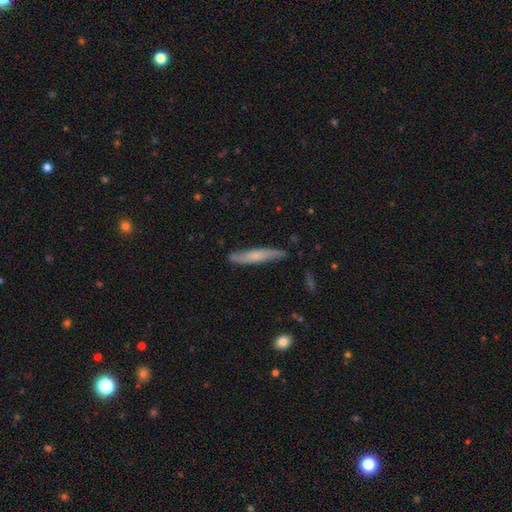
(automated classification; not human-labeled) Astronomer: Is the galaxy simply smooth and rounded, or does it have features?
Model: smooth — 48% (runner-up: featured or disk, 46%).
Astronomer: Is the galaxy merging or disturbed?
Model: none — 80%.